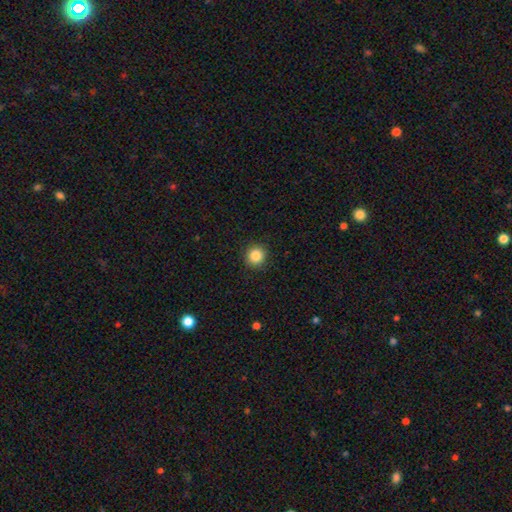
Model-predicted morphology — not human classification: smooth_or_featured: smooth (p=0.86) [alt: star or artifact p=0.10]
how_rounded: round (p=0.92) [alt: in between p=0.07]
merging: none (p=0.91) [alt: minor disturbance p=0.06]